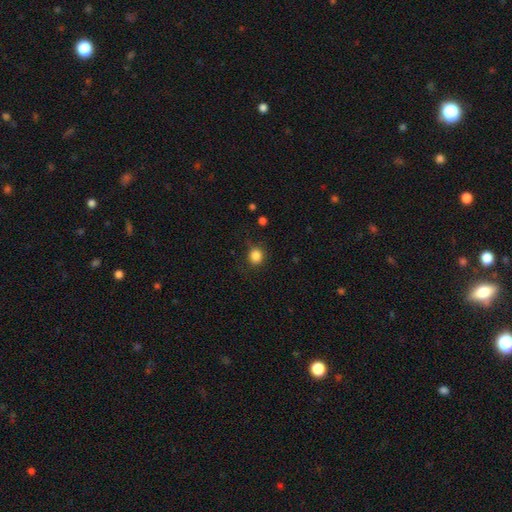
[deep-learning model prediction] This is clearly a smooth galaxy (85%). How rounded: clearly round (87%). Merging: clearly none (82%).